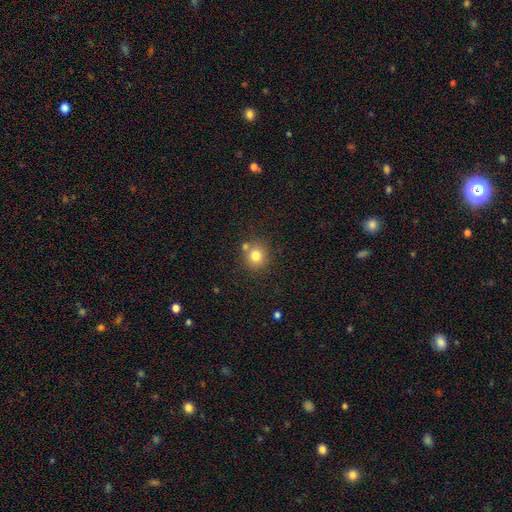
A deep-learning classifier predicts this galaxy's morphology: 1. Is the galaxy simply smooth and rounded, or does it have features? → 80% smooth, 12% star or artifact, 8% featured or disk.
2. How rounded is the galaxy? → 89% round, 10% in between, 1% cigar-shaped.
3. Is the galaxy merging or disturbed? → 72% none, 15% merger, 10% minor disturbance, 3% major disturbance.